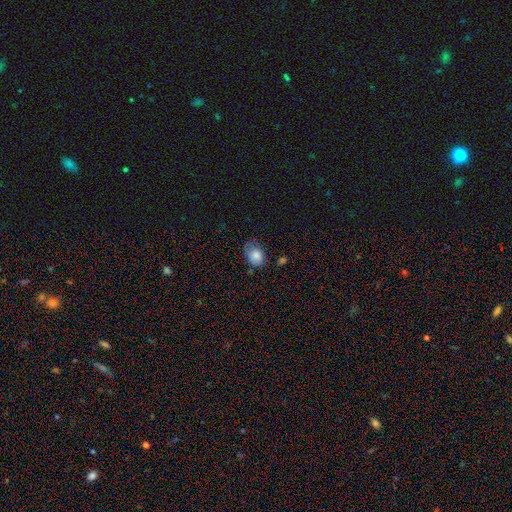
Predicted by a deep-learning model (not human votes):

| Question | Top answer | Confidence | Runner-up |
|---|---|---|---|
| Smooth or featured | smooth | 78% | featured or disk (13%) |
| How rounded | in between | 68% | round (31%) |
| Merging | none | 46% | minor disturbance (35%) |